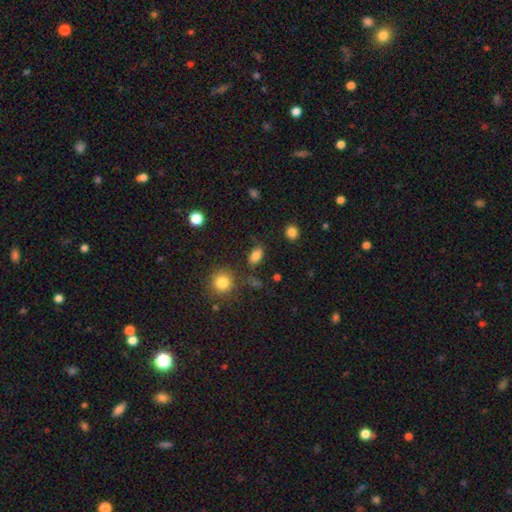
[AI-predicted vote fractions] Q: Smooth or featured?
A: smooth (83%); runner-up: star or artifact (10%)
Q: How rounded?
A: in between (87%); runner-up: round (9%)
Q: Merging?
A: none (78%); runner-up: minor disturbance (14%)